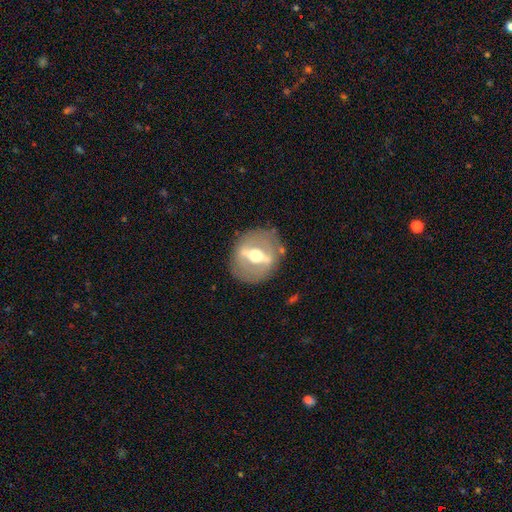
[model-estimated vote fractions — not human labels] Smooth or featured? featured or disk (80%)
Edge-on disk? no (60%)
Merging? none (83%)